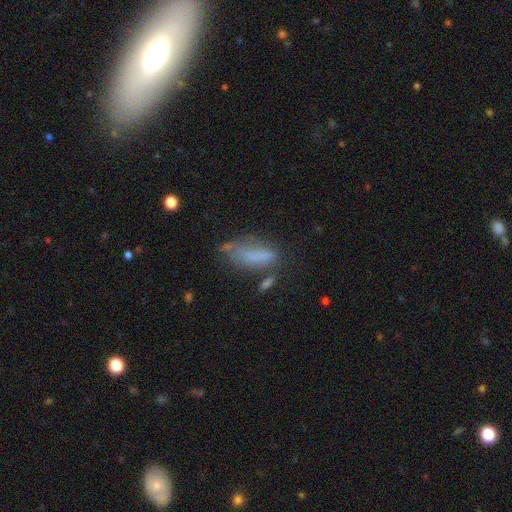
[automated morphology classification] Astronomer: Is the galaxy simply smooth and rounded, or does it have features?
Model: smooth — 65%.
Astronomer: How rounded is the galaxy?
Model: in between — 67%.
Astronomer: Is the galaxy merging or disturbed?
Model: none — 39% (runner-up: minor disturbance, 27%).